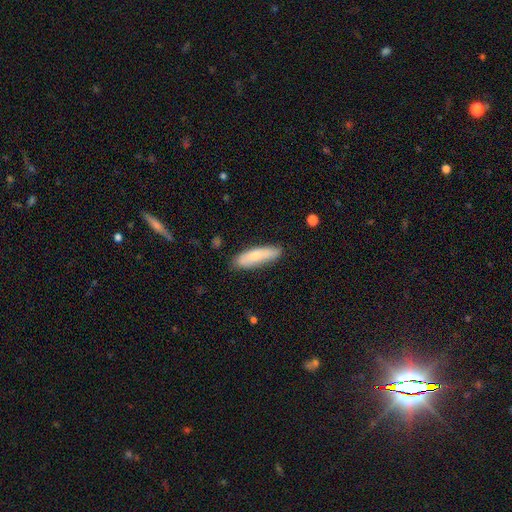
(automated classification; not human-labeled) This is likely a smooth galaxy (73%). How rounded: likely cigar-shaped (61%). Merging: clearly none (81%).